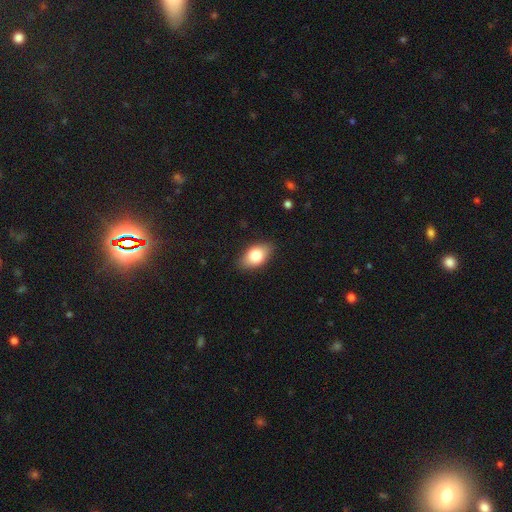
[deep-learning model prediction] Smooth or featured: smooth — 79% (featured or disk — 14%)
How rounded: in between — 90% (round — 8%)
Merging: none — 84% (minor disturbance — 12%)